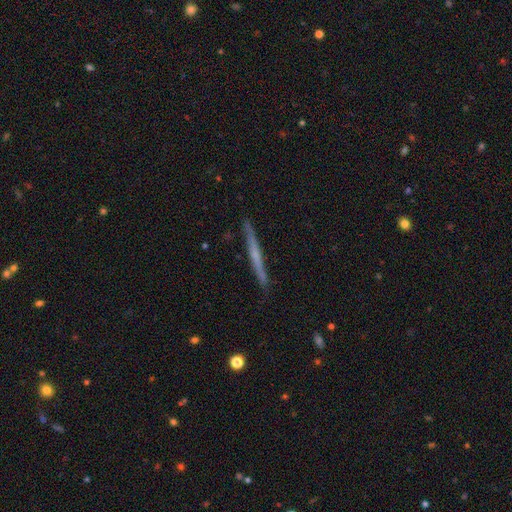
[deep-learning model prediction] A featured or disk galaxy (60%) viewed edge-on (97%) with no central bulge (69%). Merging: none (90%).